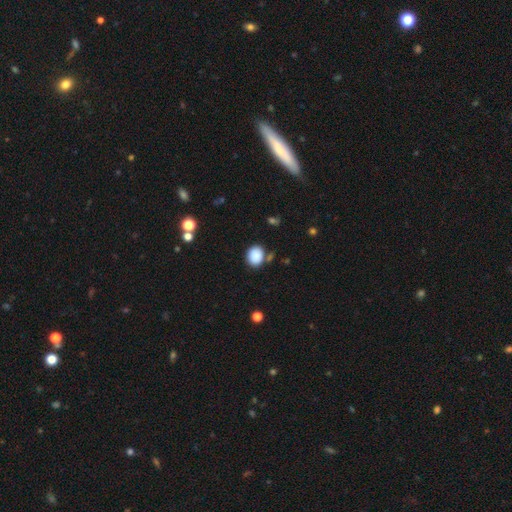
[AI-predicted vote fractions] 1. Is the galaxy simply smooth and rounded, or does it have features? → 87% smooth, 9% star or artifact, 4% featured or disk.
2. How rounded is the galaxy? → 58% round, 41% in between, 1% cigar-shaped.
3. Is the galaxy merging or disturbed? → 75% none, 13% minor disturbance, 7% merger, 4% major disturbance.